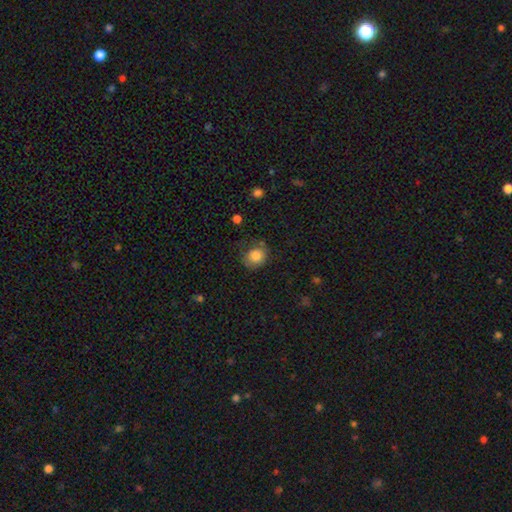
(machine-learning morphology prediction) Smooth or featured: smooth — 83% (star or artifact — 9%)
How rounded: round — 74% (in between — 25%)
Merging: none — 64% (minor disturbance — 24%)